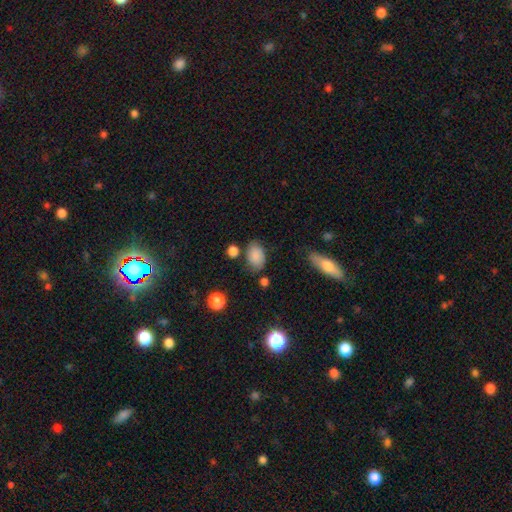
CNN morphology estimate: A smooth galaxy with no disk features (81%) that is in between round and cigar-shaped (86%). Merging: none (67%).